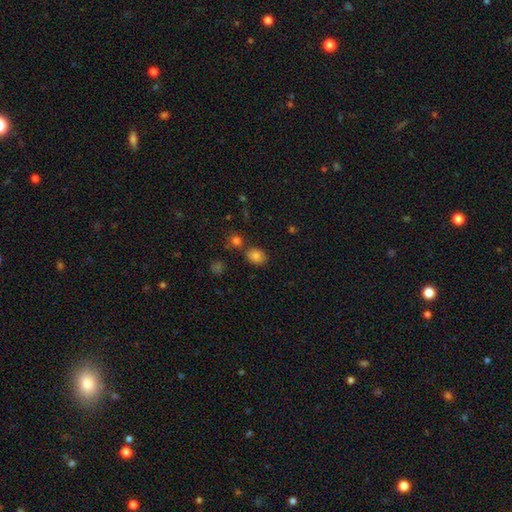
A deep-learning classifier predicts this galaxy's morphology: This appears to be a smooth galaxy with no disk features (82%) that is round (53%). Merging: none (71%).